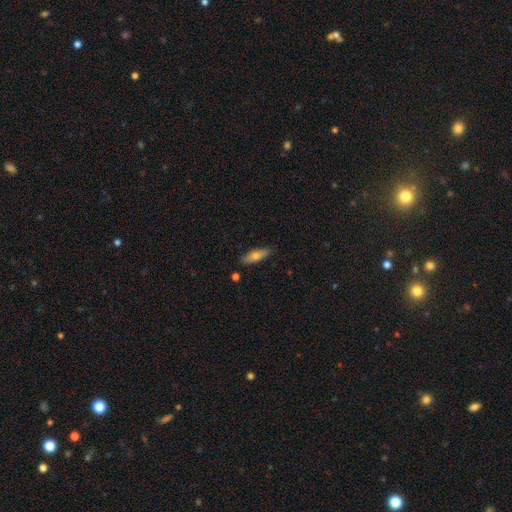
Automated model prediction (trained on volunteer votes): Morphology: type=smooth (68%); roundness=cigar-shaped (51%); merging=none (85%).